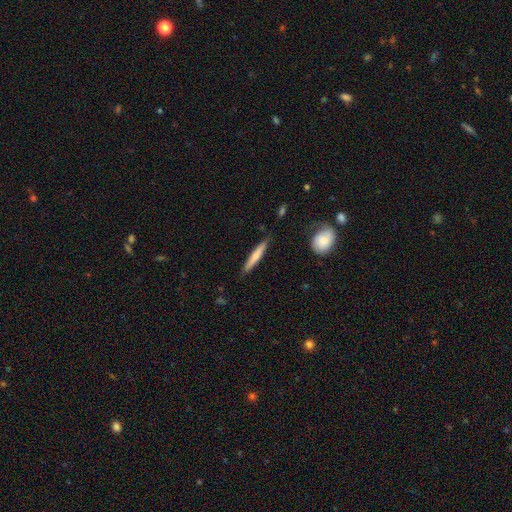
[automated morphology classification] Overall: smooth (65%; featured or disk 30%). How rounded: cigar-shaped (93%). Merging: none (85%).